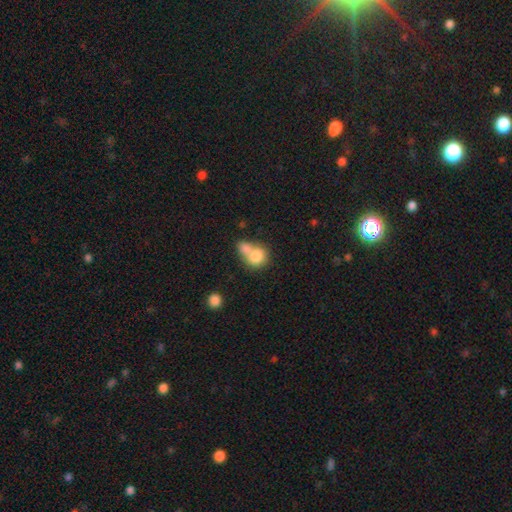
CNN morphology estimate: Q: Smooth or featured?
A: smooth (79%); runner-up: featured or disk (13%)
Q: How rounded?
A: round (64%); runner-up: in between (34%)
Q: Merging?
A: merger (64%); runner-up: none (25%)